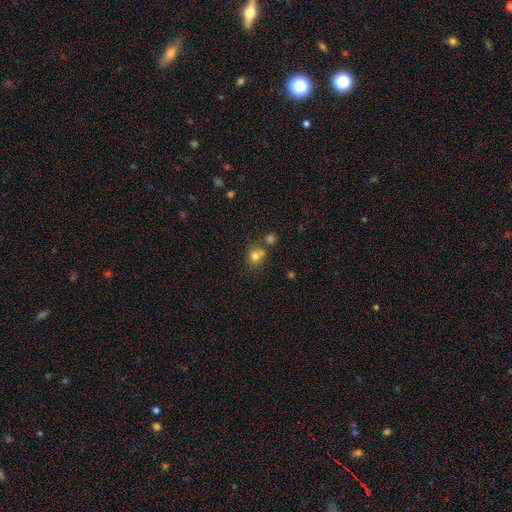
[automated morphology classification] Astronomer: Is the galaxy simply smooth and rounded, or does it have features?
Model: smooth — 78%.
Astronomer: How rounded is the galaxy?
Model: round — 77%.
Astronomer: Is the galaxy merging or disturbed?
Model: none — 55%.